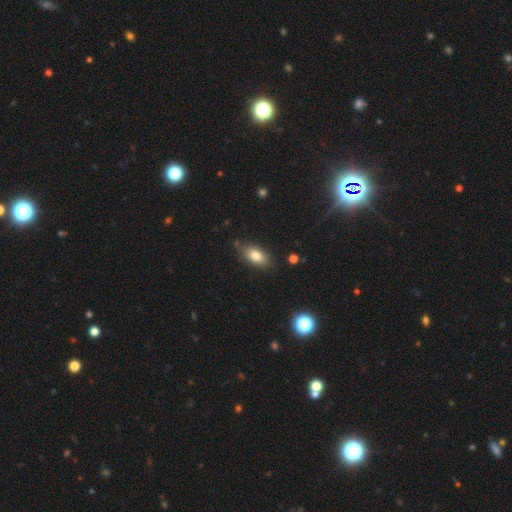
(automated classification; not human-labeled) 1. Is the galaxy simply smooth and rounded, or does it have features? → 80% smooth, 12% featured or disk, 9% star or artifact.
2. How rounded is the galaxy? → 87% in between, 7% round, 5% cigar-shaped.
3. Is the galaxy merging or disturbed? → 80% none, 14% minor disturbance, 3% major disturbance, 2% merger.